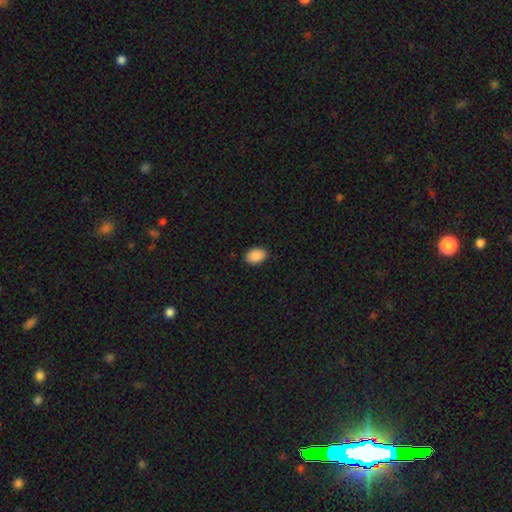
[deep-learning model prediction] smooth-or-featured: smooth: 90% | star or artifact: 7% | featured or disk: 2%
  how-rounded: in between: 83% | round: 16% | cigar-shaped: 1%
  merging: none: 89% | minor disturbance: 8% | major disturbance: 2% | merger: 1%